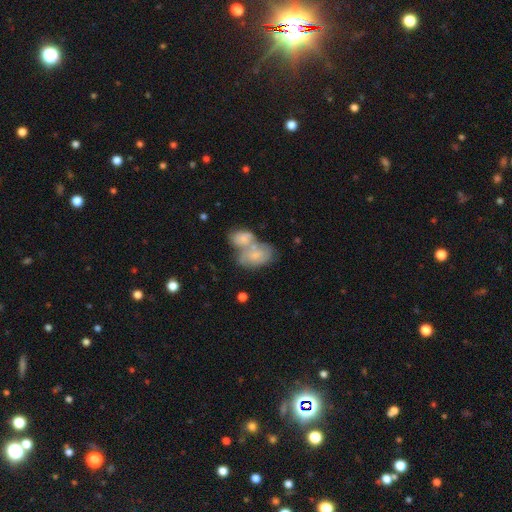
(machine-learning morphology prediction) Smooth or featured? smooth (58%)
How rounded? in between (88%)
Merging? merger (69%)